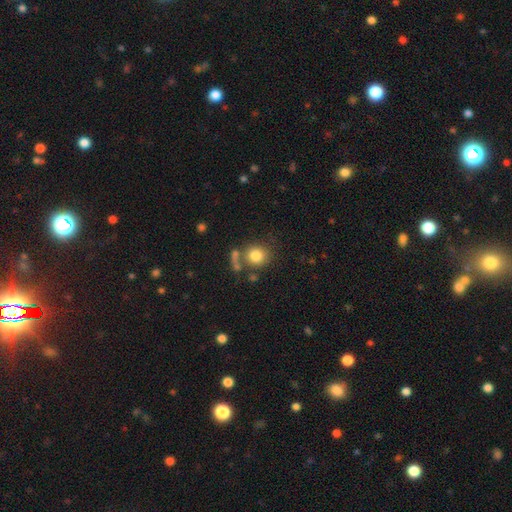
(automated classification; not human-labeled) Q: Smooth or featured?
A: smooth (80%); runner-up: featured or disk (10%)
Q: How rounded?
A: round (82%); runner-up: in between (17%)
Q: Merging?
A: none (62%); runner-up: merger (17%)